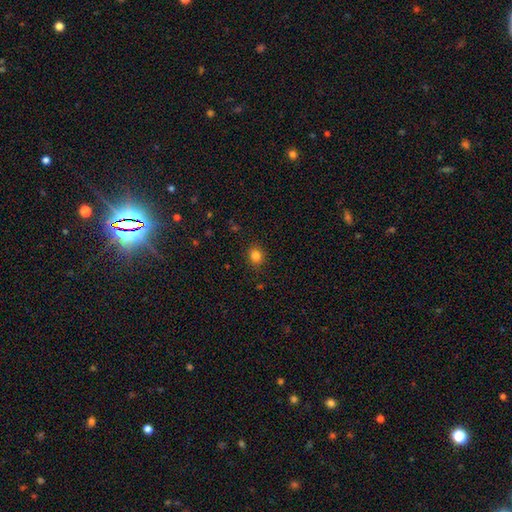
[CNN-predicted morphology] Q: Smooth or featured?
A: smooth (83%); runner-up: star or artifact (12%)
Q: How rounded?
A: round (71%); runner-up: in between (28%)
Q: Merging?
A: none (89%); runner-up: minor disturbance (8%)